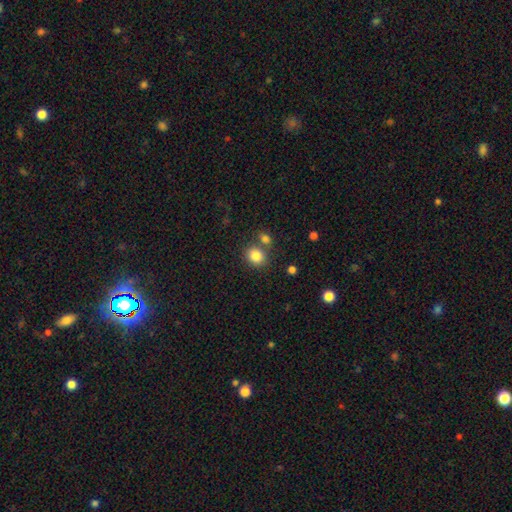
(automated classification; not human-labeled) smooth_or_featured: smooth (p=0.84) [alt: star or artifact p=0.10]
how_rounded: round (p=0.67) [alt: in between p=0.33]
merging: none (p=0.67) [alt: merger p=0.19]